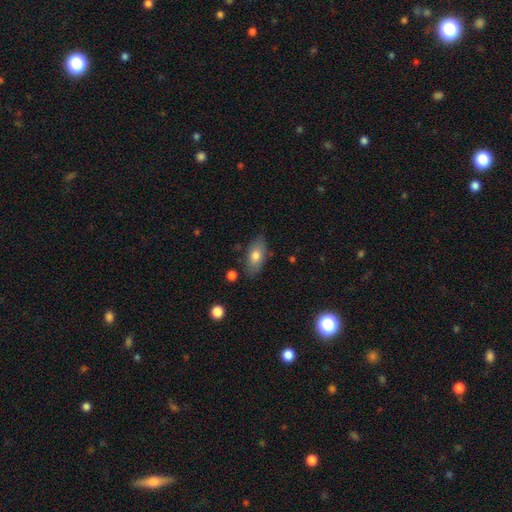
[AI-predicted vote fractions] Overall: smooth (75%). How rounded: in between (88%). Merging: none (80%).